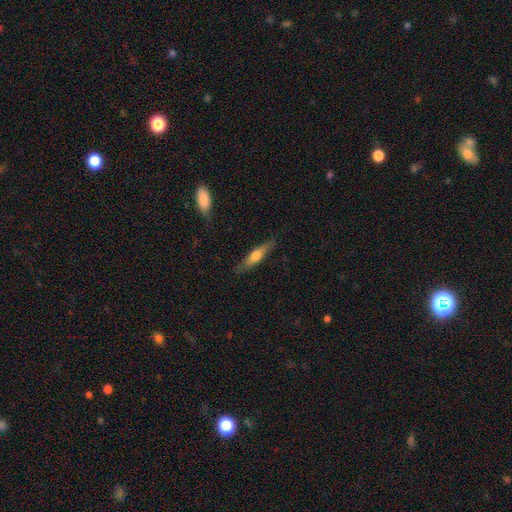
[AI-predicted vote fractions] smooth-or-featured: smooth: 49% | featured or disk: 45% | star or artifact: 6%
  merging: none: 83% | minor disturbance: 13% | major disturbance: 3% | merger: 1%